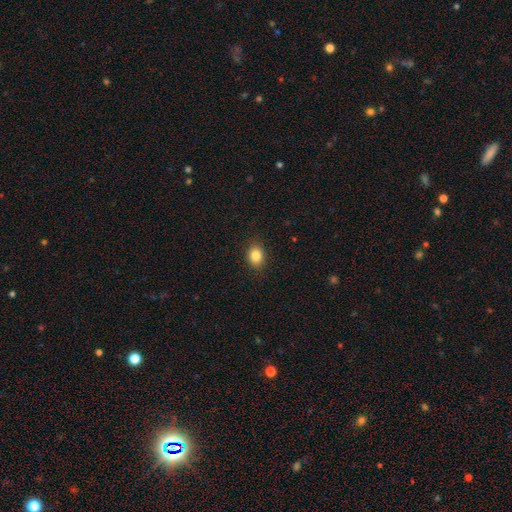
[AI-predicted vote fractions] Smooth or featured? Predicted: smooth (p=0.85). How rounded? Predicted: in between (p=0.61). Merging? Predicted: none (p=0.88).